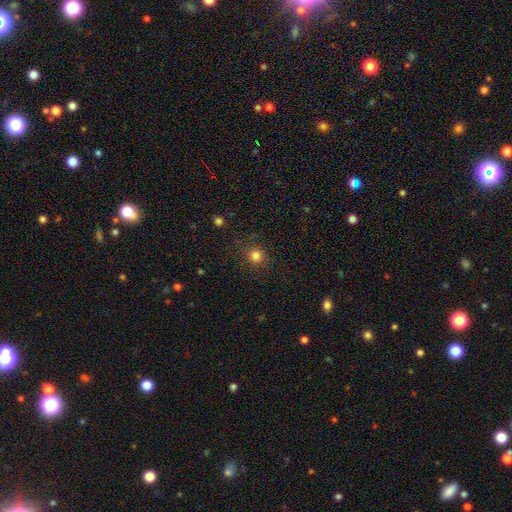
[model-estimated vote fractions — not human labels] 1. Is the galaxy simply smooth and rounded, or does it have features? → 82% smooth, 13% star or artifact, 5% featured or disk.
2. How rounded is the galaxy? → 89% round, 10% in between, 1% cigar-shaped.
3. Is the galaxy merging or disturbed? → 86% none, 9% minor disturbance, 4% major disturbance, 1% merger.